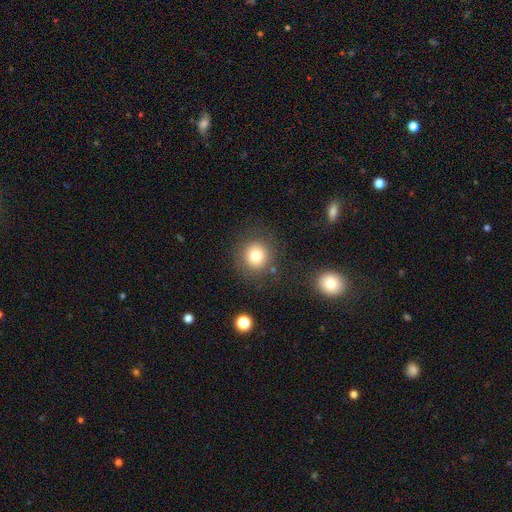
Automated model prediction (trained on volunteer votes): Smooth or featured?
  - smooth: 79% *
  - star or artifact: 12%
  - featured or disk: 10%
How rounded?
  - round: 91% *
  - in between: 8%
  - cigar-shaped: 1%
Merging?
  - none: 83% *
  - minor disturbance: 9%
  - major disturbance: 5%
  - merger: 3%